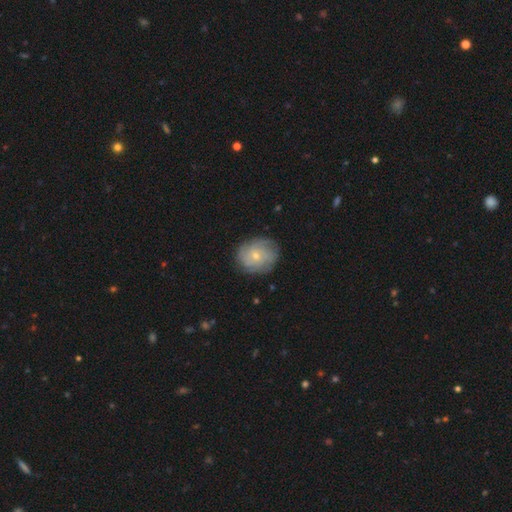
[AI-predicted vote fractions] Smooth or featured: featured or disk — 53% (smooth — 39%)
Edge-on disk: no — 97% (yes — 3%)
Bar: no — 83% (weak — 15%)
Spiral arms: yes — 78% (no — 22%)
Bulge size: small — 72% (moderate — 24%)
Merging: none — 79% (minor disturbance — 15%)